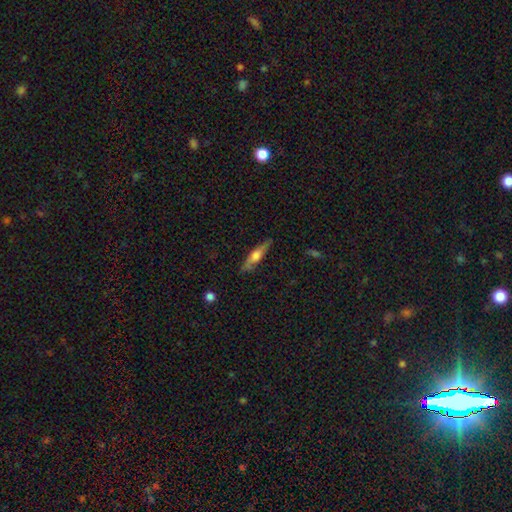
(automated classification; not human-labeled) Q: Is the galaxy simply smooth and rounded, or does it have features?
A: featured or disk — 51%.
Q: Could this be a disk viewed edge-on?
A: yes — 92%.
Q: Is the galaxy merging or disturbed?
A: none — 84%.